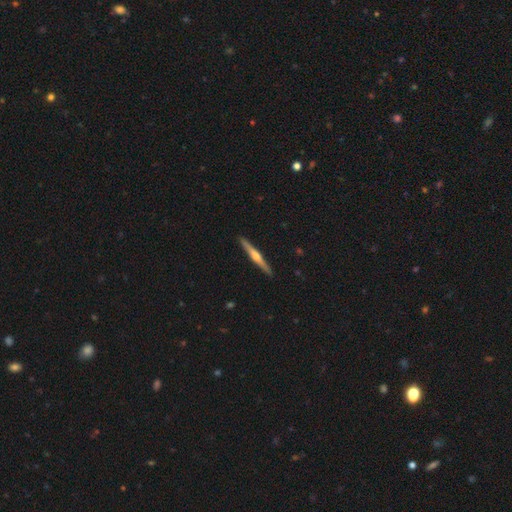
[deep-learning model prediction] smooth_or_featured: featured or disk (p=0.72) [alt: smooth p=0.24]
disk_edge_on: yes (p=0.98) [alt: no p=0.02]
edge_on_bulge: rounded (p=0.88) [alt: none p=0.07]
merging: none (p=0.92) [alt: minor disturbance p=0.06]